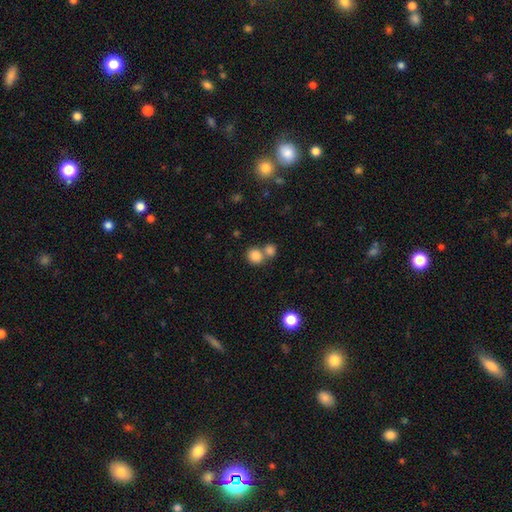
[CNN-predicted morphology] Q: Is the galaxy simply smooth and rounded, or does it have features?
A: smooth — 83%.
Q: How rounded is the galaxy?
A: round — 78%.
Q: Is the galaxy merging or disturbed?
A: none — 48%.